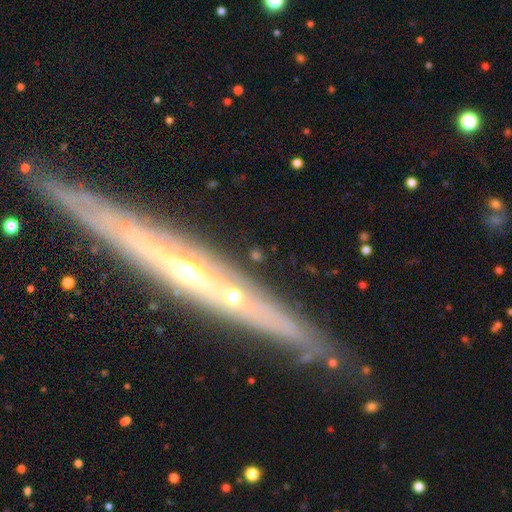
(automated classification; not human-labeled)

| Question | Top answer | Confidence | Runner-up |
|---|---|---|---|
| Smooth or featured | featured or disk | 51% | smooth (31%) |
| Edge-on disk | yes | 76% | no (24%) |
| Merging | none | 79% | minor disturbance (10%) |